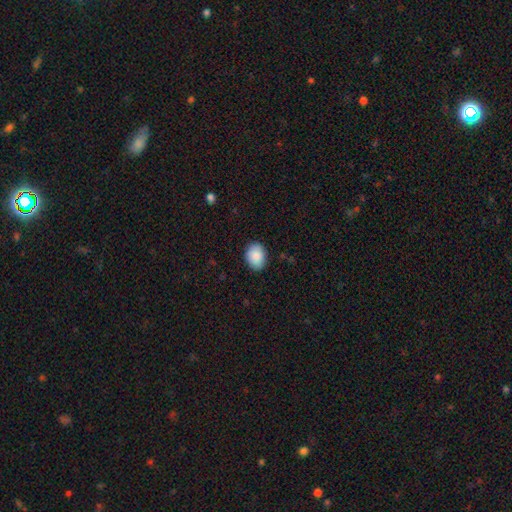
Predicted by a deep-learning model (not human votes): Smooth or featured? smooth (89%)
How rounded? in between (70%)
Merging? none (87%)